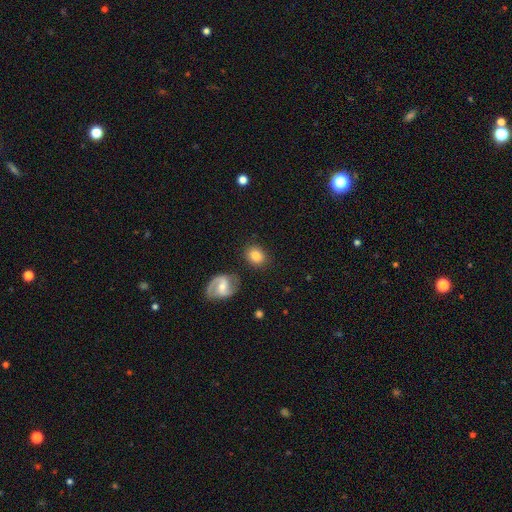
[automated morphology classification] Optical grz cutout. It shows a smooth galaxy with no disk features (78%) that is round (67%). Merging: none (82%).